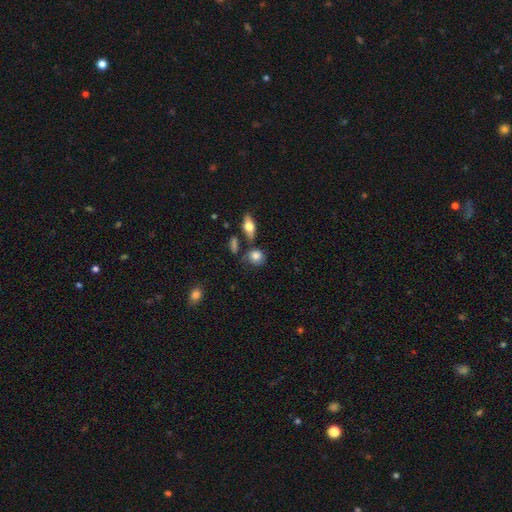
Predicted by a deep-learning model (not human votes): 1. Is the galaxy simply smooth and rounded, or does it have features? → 79% smooth, 13% featured or disk, 8% star or artifact.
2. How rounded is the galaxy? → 63% round, 34% in between, 3% cigar-shaped.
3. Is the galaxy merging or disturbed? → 62% none, 19% minor disturbance, 12% merger, 6% major disturbance.